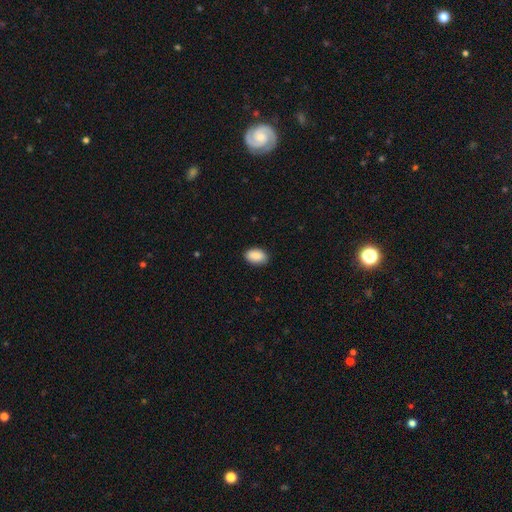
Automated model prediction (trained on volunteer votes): The model was most divided on "merging": none: 87%, minor disturbance: 10%, major disturbance: 2%, merger: 1%. More confident: how rounded — in between (92%); smooth or featured — smooth (90%).